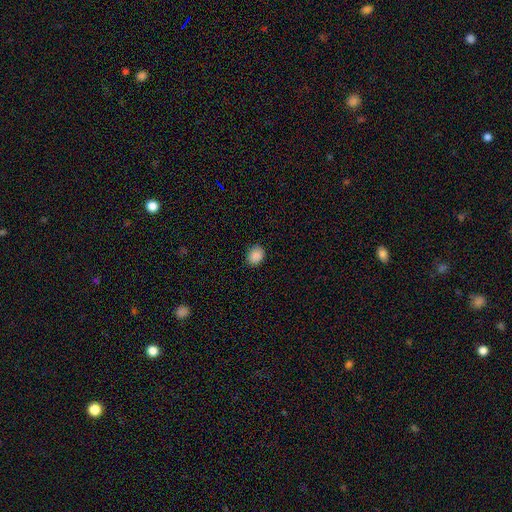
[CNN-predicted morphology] Smooth or featured: smooth — 88% (star or artifact — 9%)
How rounded: in between — 52% (round — 47%)
Merging: none — 85% (minor disturbance — 12%)